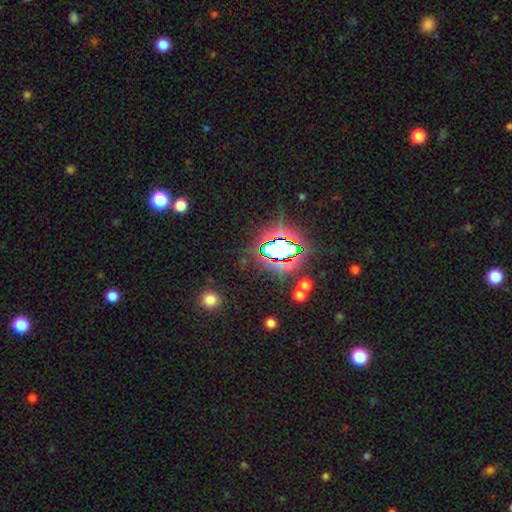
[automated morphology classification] Smooth or featured: star or artifact — 80% (smooth — 13%)